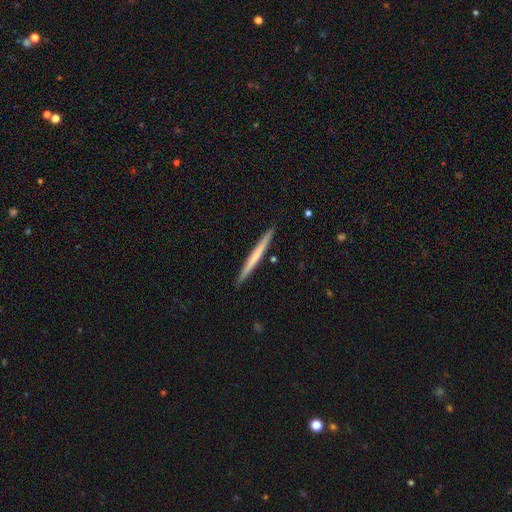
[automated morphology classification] smooth 52%, featured or disk 43%, star or artifact 5%. Down the decision tree: how rounded — cigar-shaped (97%); merging — none (92%).